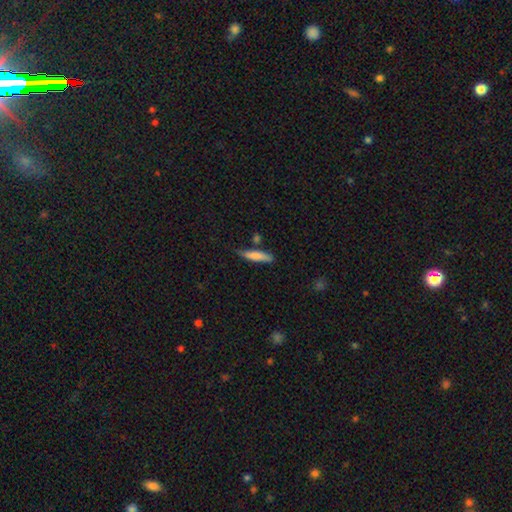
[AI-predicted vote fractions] Q: Smooth or featured?
A: smooth (76%); runner-up: featured or disk (18%)
Q: How rounded?
A: cigar-shaped (83%); runner-up: in between (15%)
Q: Merging?
A: none (68%); runner-up: minor disturbance (22%)